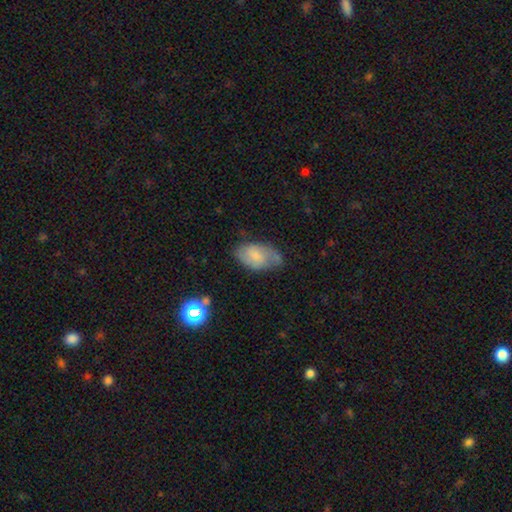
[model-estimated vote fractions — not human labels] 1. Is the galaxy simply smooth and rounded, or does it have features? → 53% smooth, 39% featured or disk, 8% star or artifact.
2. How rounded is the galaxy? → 92% in between, 7% round, 2% cigar-shaped.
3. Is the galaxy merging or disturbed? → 59% none, 30% minor disturbance, 9% major disturbance, 2% merger.